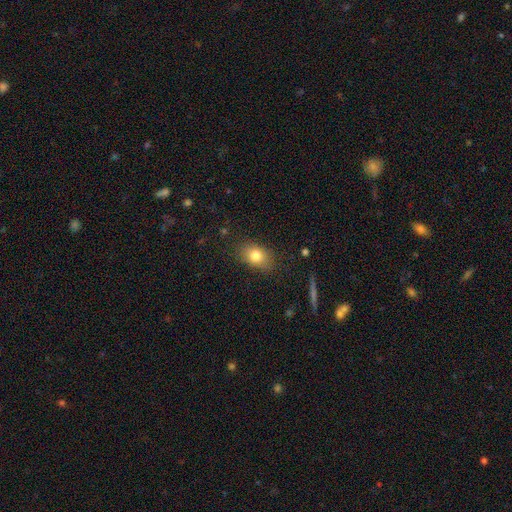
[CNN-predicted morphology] Smooth or featured: smooth — 80% (featured or disk — 11%)
How rounded: in between — 76% (round — 22%)
Merging: none — 81% (minor disturbance — 14%)